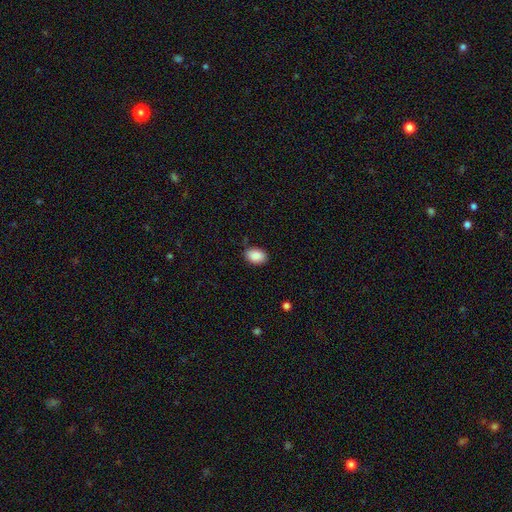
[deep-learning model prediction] smooth_or_featured: smooth (p=0.89) [alt: star or artifact p=0.07]
how_rounded: in between (p=0.83) [alt: round p=0.16]
merging: none (p=0.82) [alt: minor disturbance p=0.14]